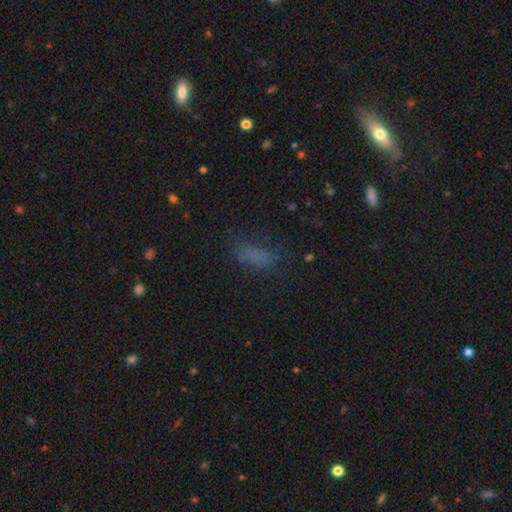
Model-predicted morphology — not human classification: Smooth or featured? smooth (70%)
How rounded? in between (63%)
Merging? none (64%)